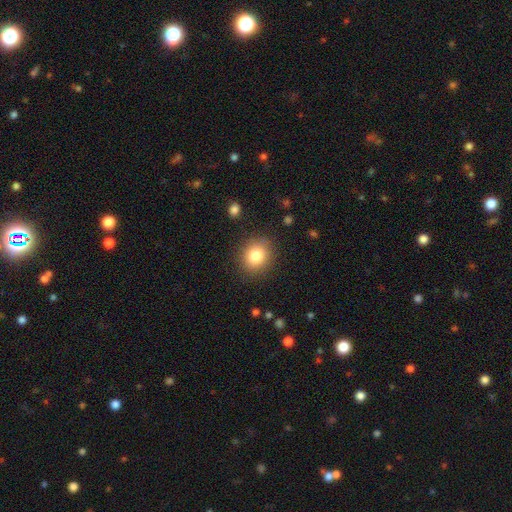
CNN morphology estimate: smooth_or_featured: smooth (p=0.82) [alt: star or artifact p=0.10]
how_rounded: round (p=0.67) [alt: in between p=0.32]
merging: none (p=0.86) [alt: minor disturbance p=0.09]